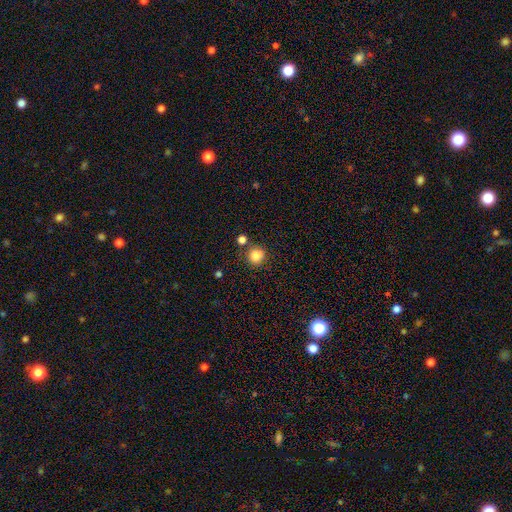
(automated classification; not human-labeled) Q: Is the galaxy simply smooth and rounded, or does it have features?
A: smooth — 84%.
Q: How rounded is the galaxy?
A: round — 90%.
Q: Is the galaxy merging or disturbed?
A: none — 77%.